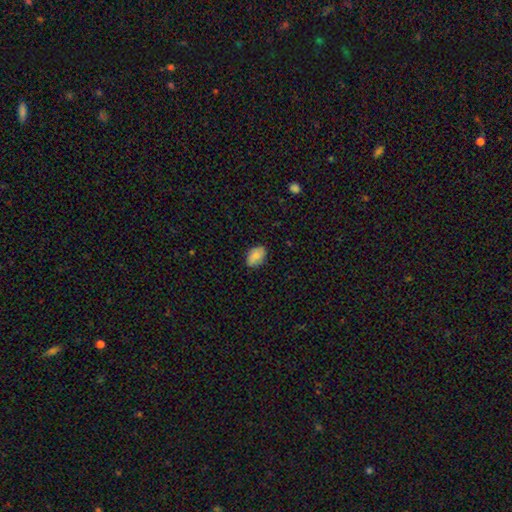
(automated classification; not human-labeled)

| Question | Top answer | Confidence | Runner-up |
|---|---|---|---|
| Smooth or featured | smooth | 79% | featured or disk (14%) |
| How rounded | in between | 86% | round (12%) |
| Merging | none | 82% | minor disturbance (15%) |